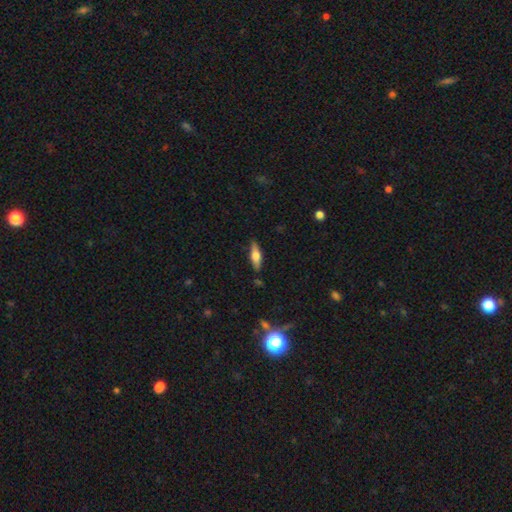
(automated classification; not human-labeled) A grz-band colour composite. It shows a featured or disk galaxy (47%). Merging: none (84%).